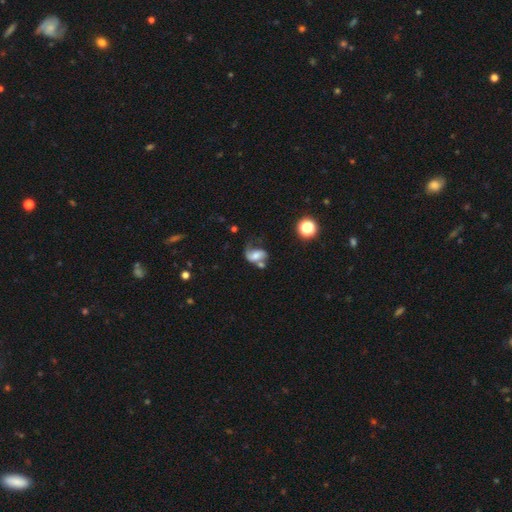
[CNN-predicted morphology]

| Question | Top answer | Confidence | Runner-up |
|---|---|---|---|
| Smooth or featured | featured or disk | 55% | smooth (35%) |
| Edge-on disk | no | 96% | yes (4%) |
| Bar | no | 51% | weak (33%) |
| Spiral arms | yes | 79% | no (21%) |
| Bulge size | moderate | 46% | small (26%) |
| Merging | none | 31% | major disturbance (27%) |